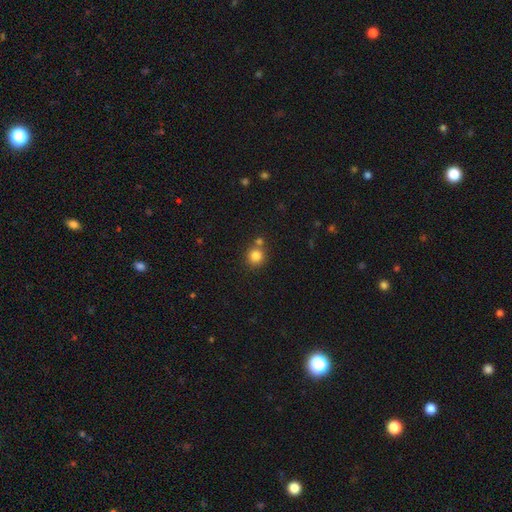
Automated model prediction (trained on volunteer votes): Smooth or featured: smooth — 83% (star or artifact — 11%)
How rounded: round — 91% (in between — 8%)
Merging: none — 69% (merger — 21%)